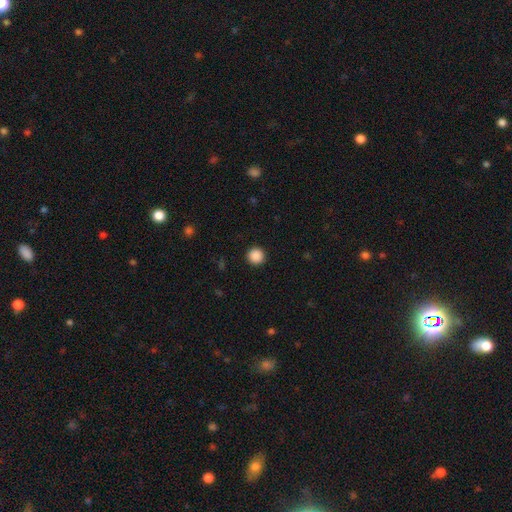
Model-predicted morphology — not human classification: smooth-or-featured: smooth: 89% | star or artifact: 9% | featured or disk: 2%
  how-rounded: round: 95% | in between: 4% | cigar-shaped: 1%
  merging: none: 93% | minor disturbance: 5% | major disturbance: 2% | merger: 1%